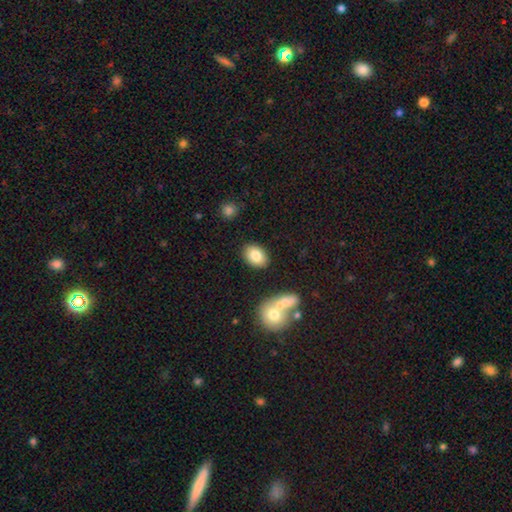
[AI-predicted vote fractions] Smooth or featured: smooth — 82% (featured or disk — 10%)
How rounded: in between — 77% (round — 21%)
Merging: none — 85% (minor disturbance — 9%)